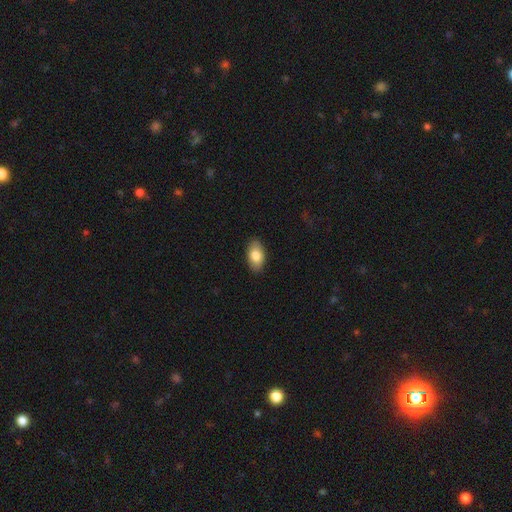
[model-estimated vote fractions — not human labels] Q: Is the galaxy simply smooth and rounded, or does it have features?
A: smooth — 82%.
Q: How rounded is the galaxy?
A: in between — 93%.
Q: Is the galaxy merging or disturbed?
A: none — 88%.